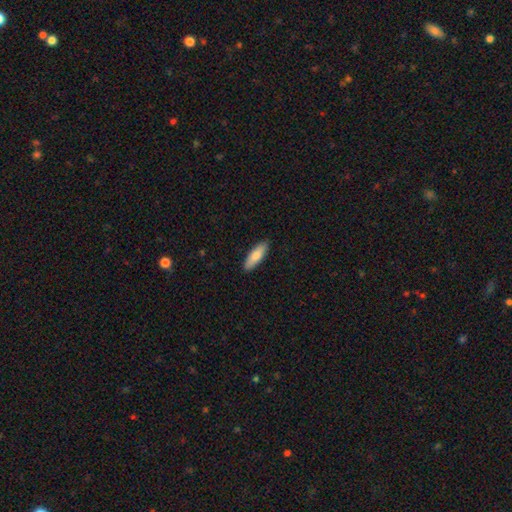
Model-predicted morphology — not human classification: This appears to be a smooth galaxy with no disk features (79%) that is cigar-shaped (51%). Merging: none (89%).